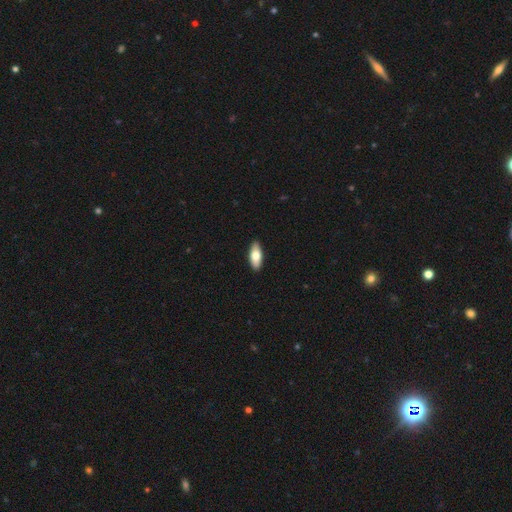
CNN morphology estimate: This is likely a smooth galaxy (73%). How rounded: likely in between (79%). Merging: clearly none (90%).